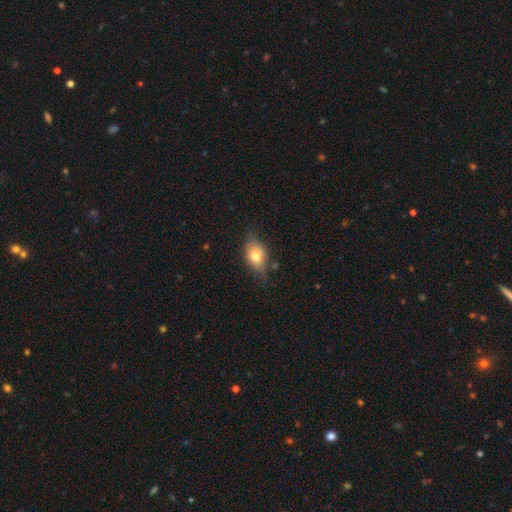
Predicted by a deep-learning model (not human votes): smooth 70%, featured or disk 21%, star or artifact 9%. Down the decision tree: how rounded — in between (77%); merging — none (64%).